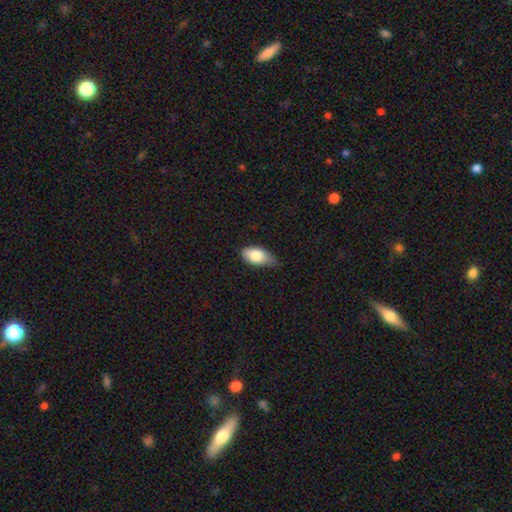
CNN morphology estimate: type=smooth (80%); roundness=in between (91%); merging=minor disturbance (47%).